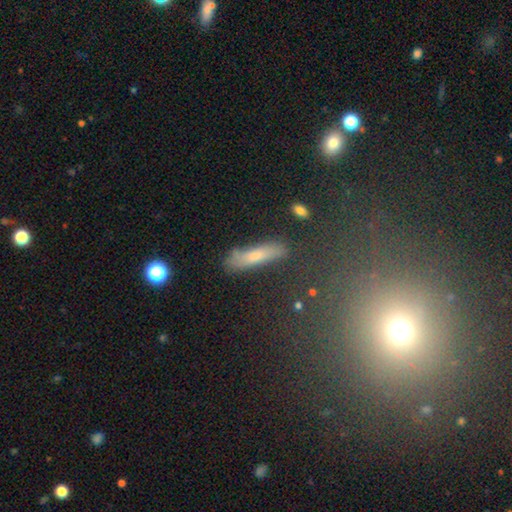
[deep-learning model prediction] This appears to be a smooth galaxy with no disk features (68%) that is cigar-shaped (78%). Merging: none (68%).